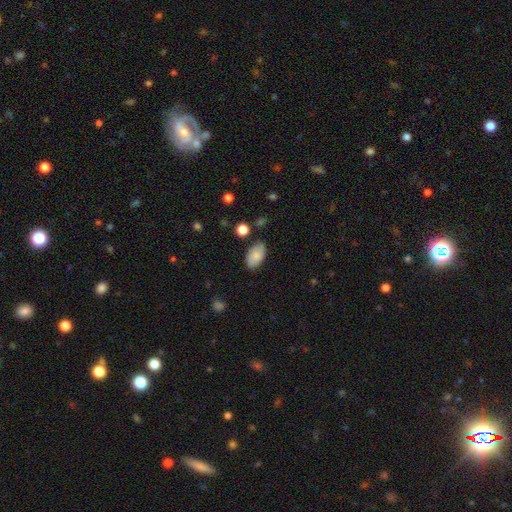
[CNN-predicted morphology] This is clearly a smooth galaxy (83%). How rounded: clearly in between (94%). Merging: likely none (79%).